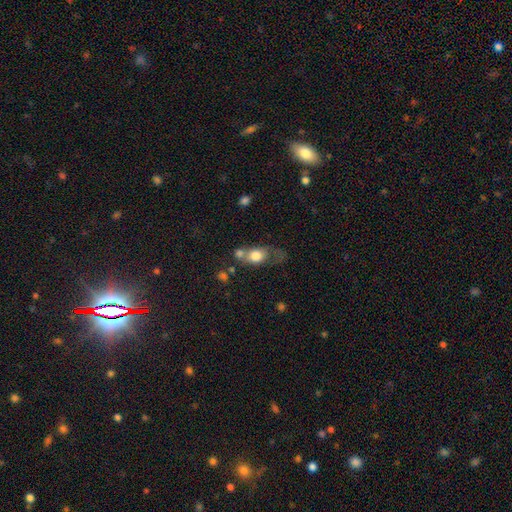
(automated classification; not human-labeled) This is likely a smooth galaxy (73%). How rounded: possibly in between (54%). Merging: marginally merger (37%).